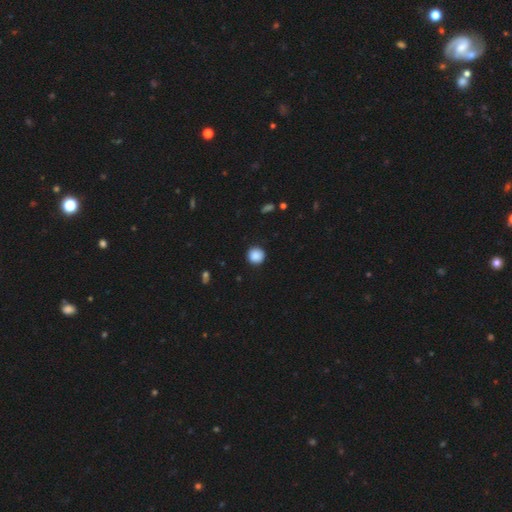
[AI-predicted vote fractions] Q: Smooth or featured?
A: smooth (88%); runner-up: star or artifact (9%)
Q: How rounded?
A: round (95%); runner-up: in between (4%)
Q: Merging?
A: none (91%); runner-up: minor disturbance (6%)